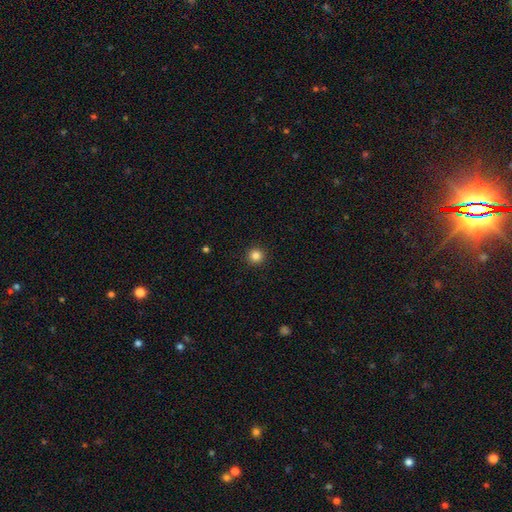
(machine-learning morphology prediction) Smooth or featured: smooth — 84% (star or artifact — 12%)
How rounded: round — 95% (in between — 4%)
Merging: none — 93% (minor disturbance — 4%)